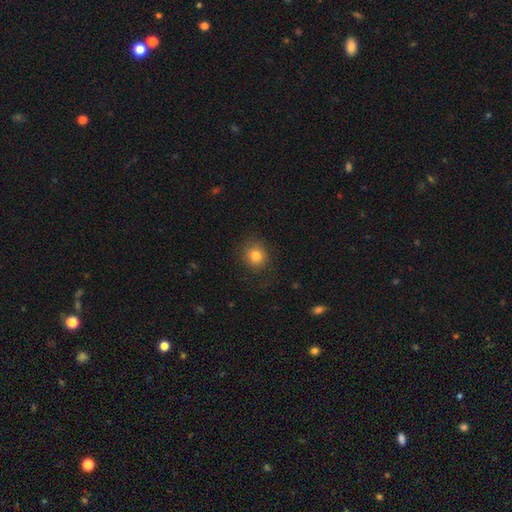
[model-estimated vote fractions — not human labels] The model was most divided on "smooth or featured": smooth: 81%, star or artifact: 12%, featured or disk: 7%. More confident: how rounded — round (88%); merging — none (86%).